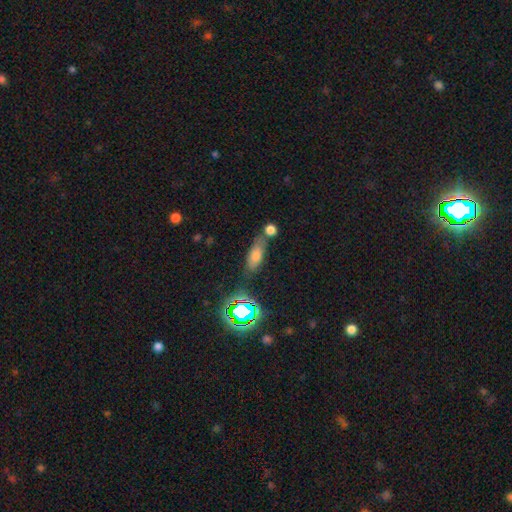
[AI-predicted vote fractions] Smooth or featured? Predicted: smooth (p=0.63). How rounded? Predicted: in between (p=0.65). Merging? Predicted: none (p=0.59).